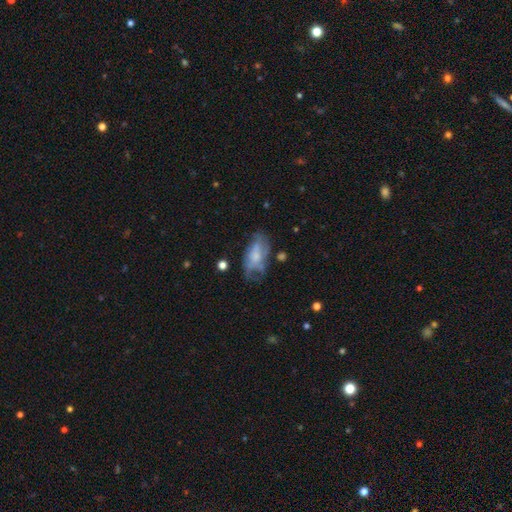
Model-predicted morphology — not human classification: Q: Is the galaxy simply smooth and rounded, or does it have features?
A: smooth — 47%.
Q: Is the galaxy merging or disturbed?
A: none — 43%.